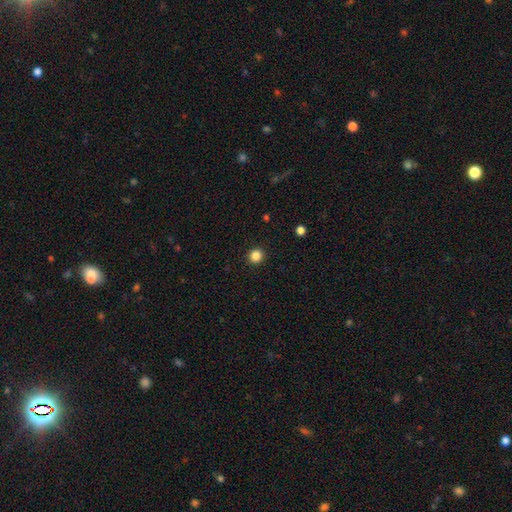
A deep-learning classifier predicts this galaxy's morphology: This appears to be a smooth galaxy with no disk features (85%) that is round (92%). Merging: none (93%).